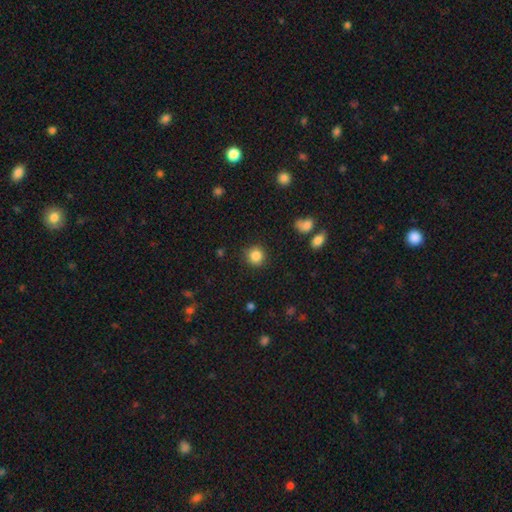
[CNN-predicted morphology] A smooth galaxy with no disk features (86%) that is round (91%).

Vote fractions:
- Smooth or featured? smooth: 86% / star or artifact: 10% / featured or disk: 4%
- How rounded? round: 91% / in between: 8% / cigar-shaped: 1%
- Merging? none: 88% / minor disturbance: 8% / major disturbance: 3% / merger: 1%